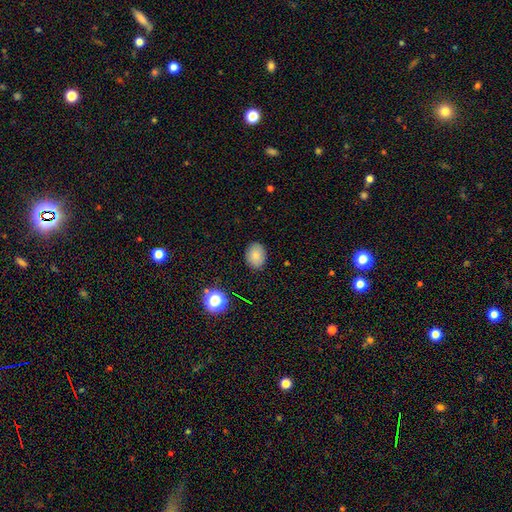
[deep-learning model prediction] Overall: smooth (81%). How rounded: in between (66%; round 33%). Merging: none (87%).